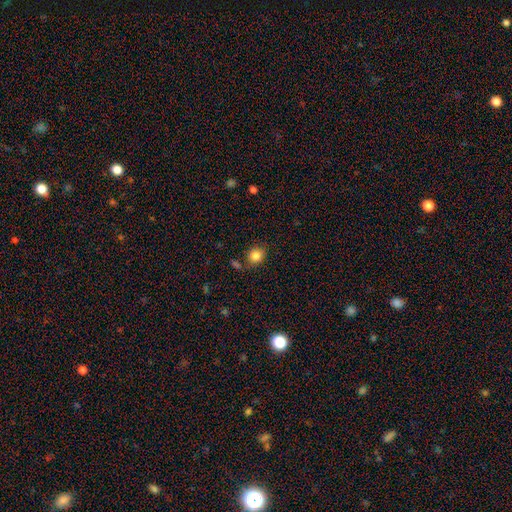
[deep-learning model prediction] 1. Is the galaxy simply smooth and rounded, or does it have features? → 84% smooth, 11% star or artifact, 5% featured or disk.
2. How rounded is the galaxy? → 76% round, 23% in between, 1% cigar-shaped.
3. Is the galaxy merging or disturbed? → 80% none, 11% minor disturbance, 6% merger, 3% major disturbance.